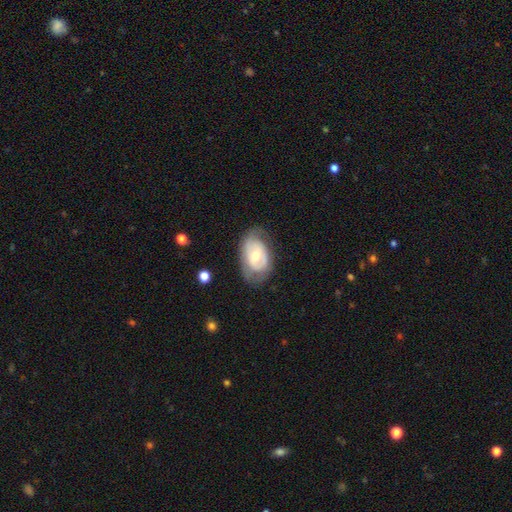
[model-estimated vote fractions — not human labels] smooth_or_featured: featured or disk (p=0.58) [alt: smooth p=0.36]
disk_edge_on: no (p=0.94) [alt: yes p=0.06]
bar: no (p=0.61) [alt: weak p=0.29]
has_spiral_arms: yes (p=0.55) [alt: no p=0.45]
bulge_size: moderate (p=0.63) [alt: small p=0.30]
merging: none (p=0.63) [alt: minor disturbance p=0.25]